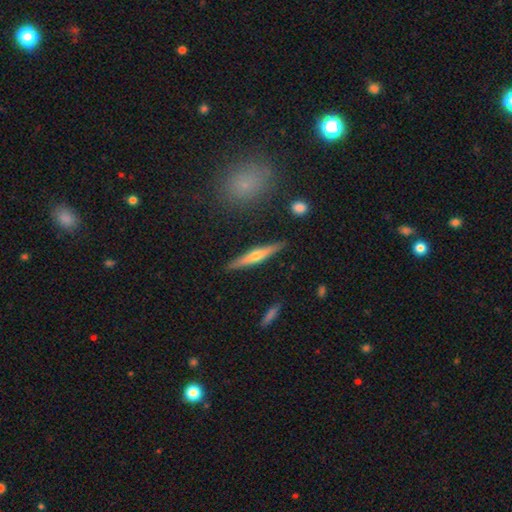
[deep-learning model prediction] The model was most divided on "smooth or featured": featured or disk: 57%, smooth: 37%, star or artifact: 6%. More confident: edge-on disk — yes (95%); merging — none (89%); edge-on bulge — rounded (80%).